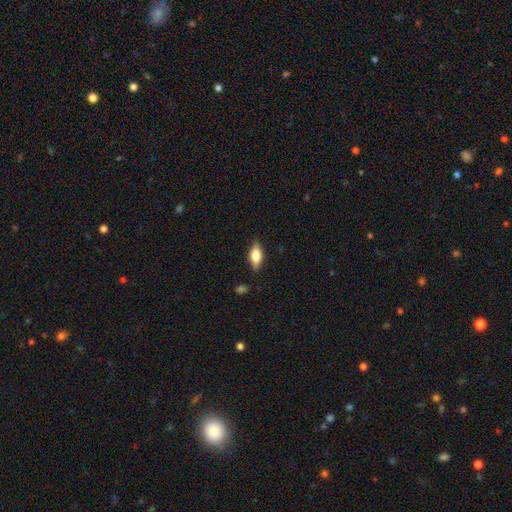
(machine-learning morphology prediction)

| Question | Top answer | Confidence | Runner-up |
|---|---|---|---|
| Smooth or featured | smooth | 65% | featured or disk (28%) |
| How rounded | in between | 76% | cigar-shaped (21%) |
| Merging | none | 83% | minor disturbance (13%) |